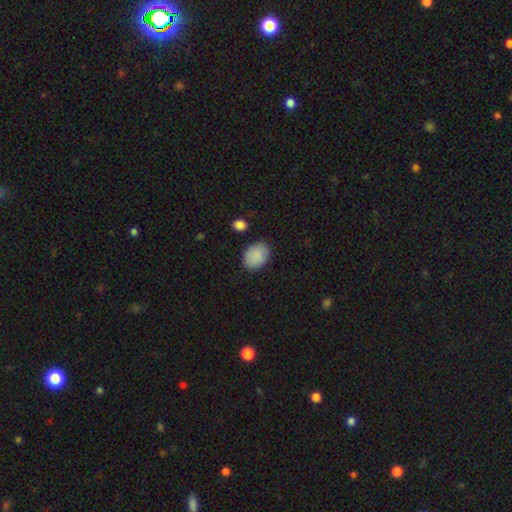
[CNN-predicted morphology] Smooth or featured: smooth — 89% (star or artifact — 7%)
How rounded: in between — 68% (round — 31%)
Merging: none — 82% (minor disturbance — 13%)